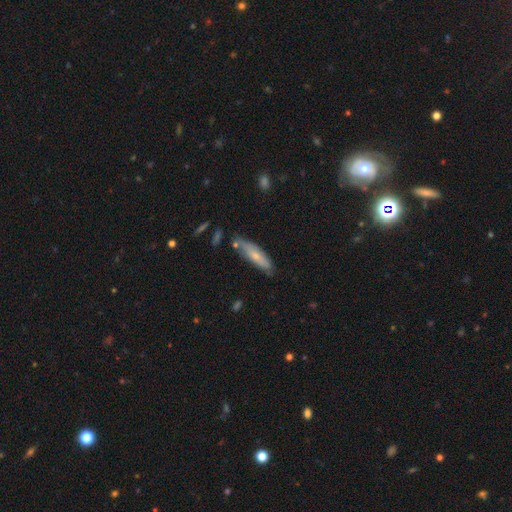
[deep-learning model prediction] Q: Smooth or featured?
A: smooth (62%); runner-up: featured or disk (32%)
Q: How rounded?
A: cigar-shaped (67%); runner-up: in between (31%)
Q: Merging?
A: none (70%); runner-up: minor disturbance (20%)